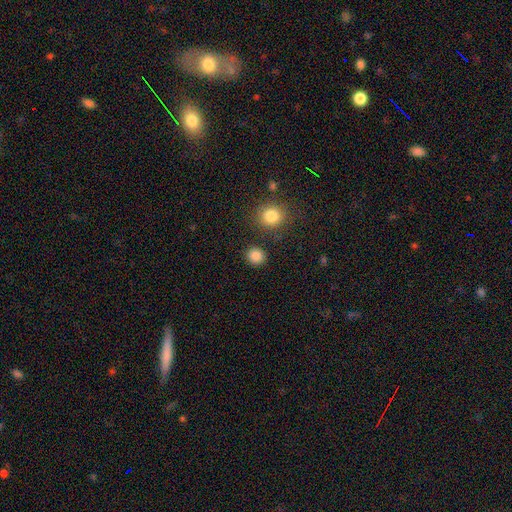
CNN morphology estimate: A smooth galaxy with no disk features (86%) that is round (85%). Merging: none (87%).